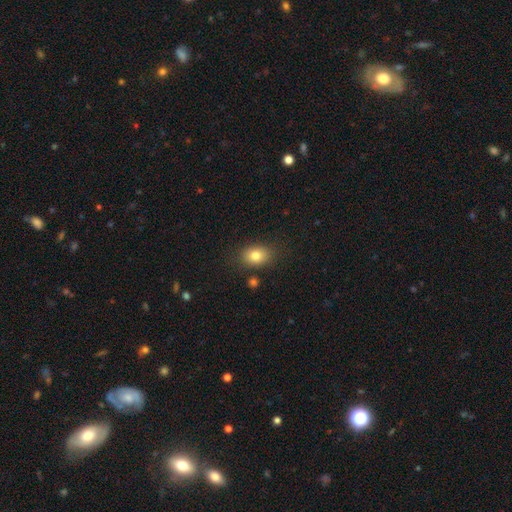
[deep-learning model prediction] A smooth galaxy with no disk features (80%) that is in between round and cigar-shaped (68%).

Vote fractions:
- Smooth or featured? smooth: 80% / star or artifact: 10% / featured or disk: 10%
- How rounded? in between: 68% / round: 31% / cigar-shaped: 1%
- Merging? none: 81% / minor disturbance: 12% / merger: 4% / major disturbance: 3%